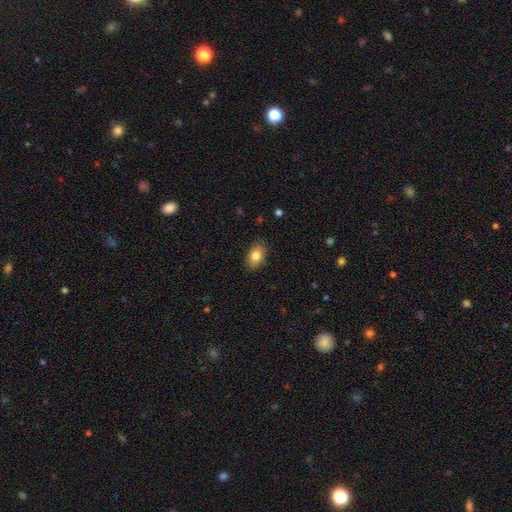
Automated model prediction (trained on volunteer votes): Smooth or featured? smooth (83%)
How rounded? in between (87%)
Merging? none (85%)